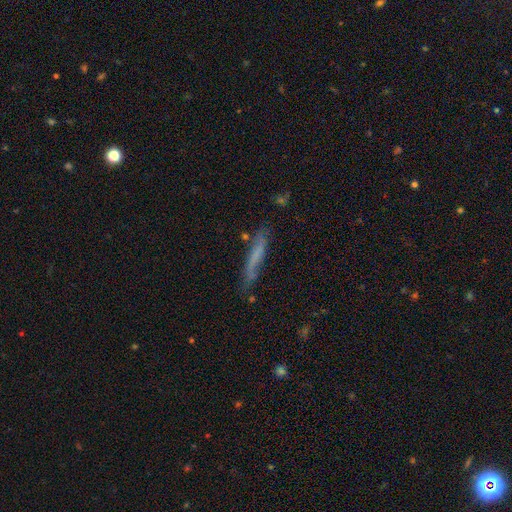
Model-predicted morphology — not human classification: smooth_or_featured: smooth (p=0.52) [alt: featured or disk p=0.39]
how_rounded: cigar-shaped (p=0.93) [alt: in between p=0.06]
merging: none (p=0.66) [alt: minor disturbance p=0.24]